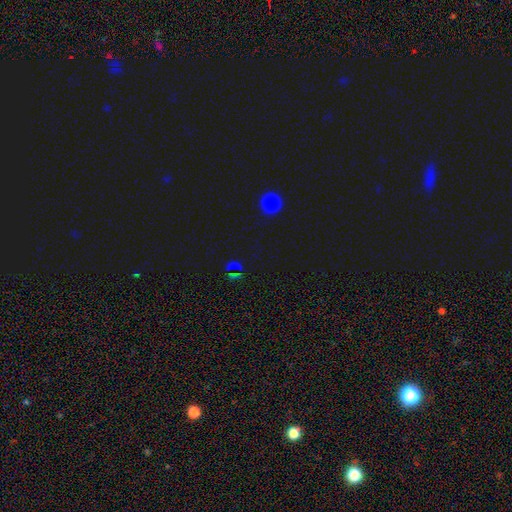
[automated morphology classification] type=star or artifact (59%).